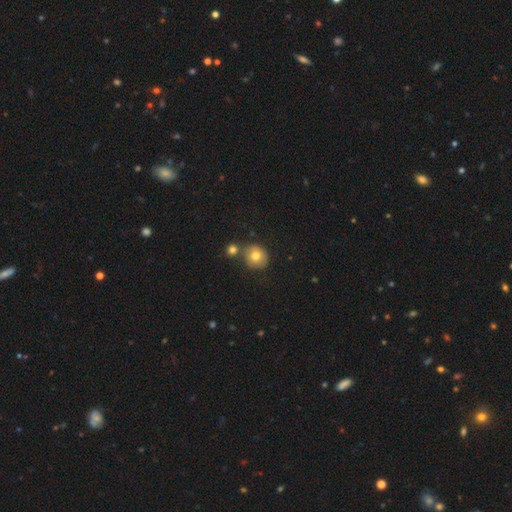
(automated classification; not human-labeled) Smooth or featured?
  - smooth: 76% *
  - featured or disk: 13%
  - star or artifact: 11%
How rounded?
  - round: 82% *
  - in between: 17%
  - cigar-shaped: 1%
Merging?
  - none: 64% *
  - merger: 20%
  - minor disturbance: 12%
  - major disturbance: 3%